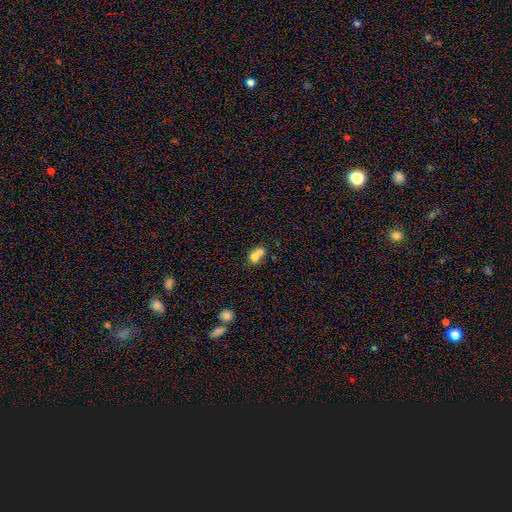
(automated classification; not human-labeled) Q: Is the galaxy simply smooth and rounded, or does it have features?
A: smooth — 71%.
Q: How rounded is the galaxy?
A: round — 58%.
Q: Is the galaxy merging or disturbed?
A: merger — 68%.